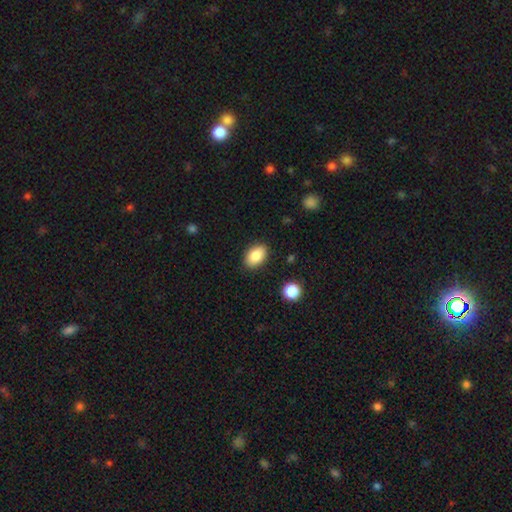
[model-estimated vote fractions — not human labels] smooth-or-featured: smooth: 87% | star or artifact: 8% | featured or disk: 6%
  how-rounded: in between: 89% | round: 10% | cigar-shaped: 1%
  merging: none: 88% | minor disturbance: 9% | major disturbance: 2% | merger: 1%